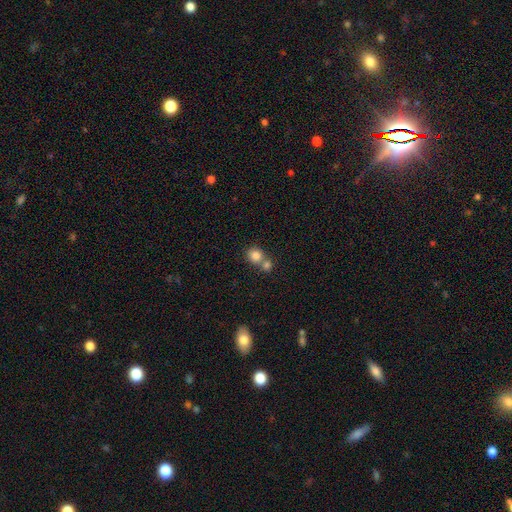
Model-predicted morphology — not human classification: Smooth or featured: smooth — 82% (star or artifact — 10%)
How rounded: round — 82% (in between — 17%)
Merging: none — 46% (merger — 45%)